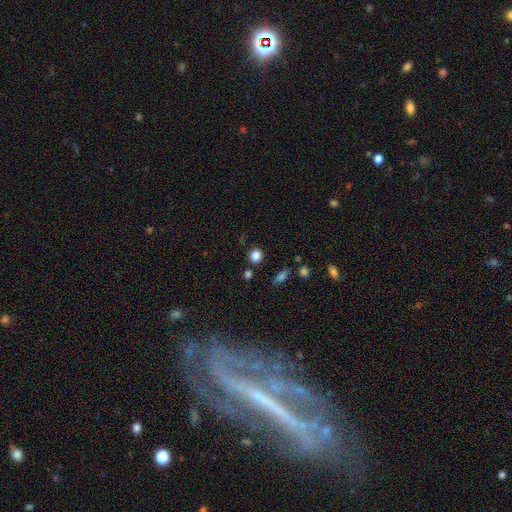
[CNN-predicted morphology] type=smooth (84%); roundness=round (84%); merging=none (84%).